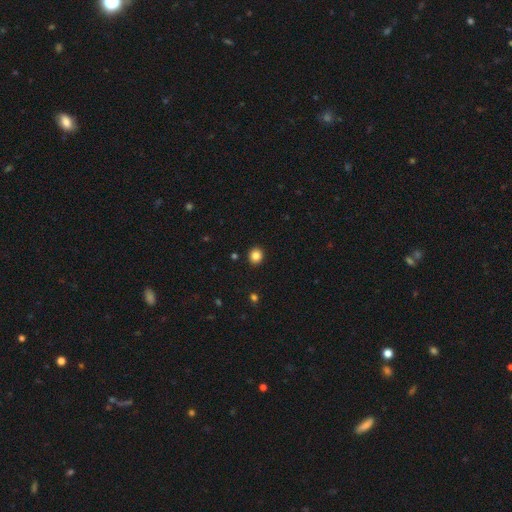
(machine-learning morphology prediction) This is clearly a smooth galaxy (85%). How rounded: clearly round (84%). Merging: clearly none (92%).